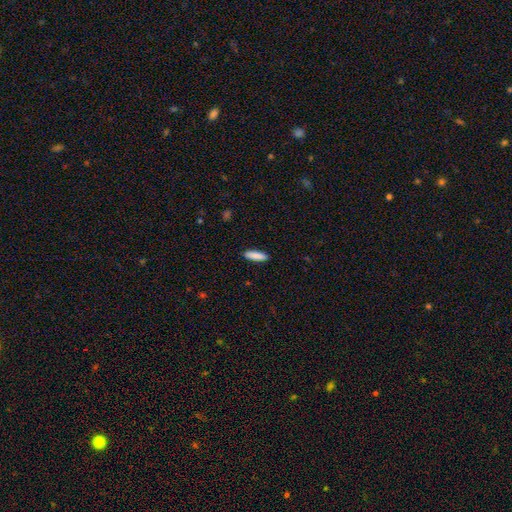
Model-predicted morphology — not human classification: Q: Smooth or featured?
A: smooth (88%); runner-up: star or artifact (6%)
Q: How rounded?
A: cigar-shaped (59%); runner-up: in between (40%)
Q: Merging?
A: none (88%); runner-up: minor disturbance (9%)